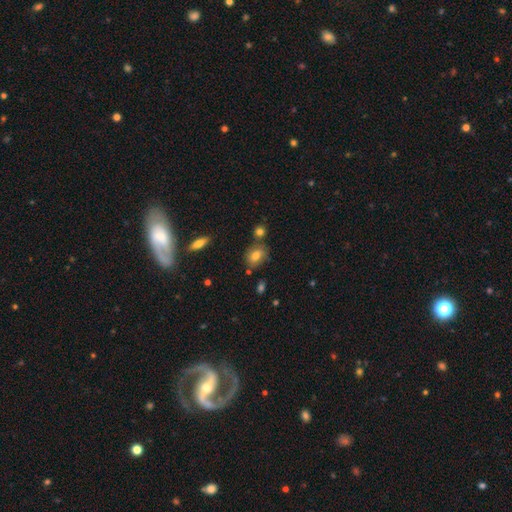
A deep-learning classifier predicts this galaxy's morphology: type=smooth (76%); roundness=in between (60%); merging=none (72%).